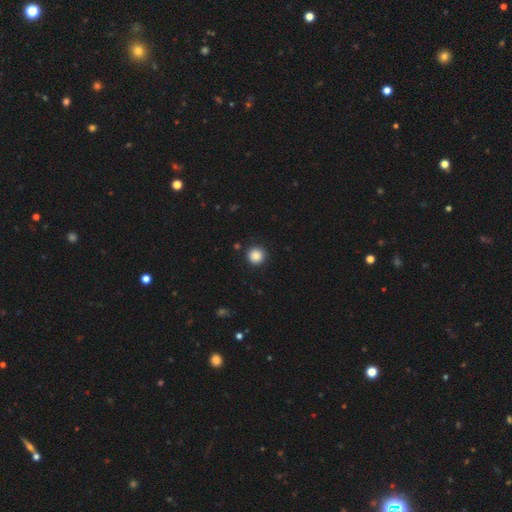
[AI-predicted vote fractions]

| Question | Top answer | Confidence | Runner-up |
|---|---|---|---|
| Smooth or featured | smooth | 87% | star or artifact (10%) |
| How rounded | round | 95% | in between (4%) |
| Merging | none | 91% | minor disturbance (6%) |